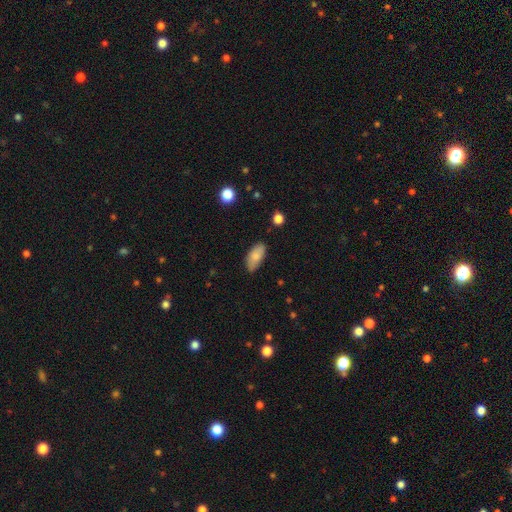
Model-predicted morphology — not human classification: Smooth or featured: smooth — 82% (featured or disk — 11%)
How rounded: in between — 91% (cigar-shaped — 6%)
Merging: none — 77% (minor disturbance — 18%)